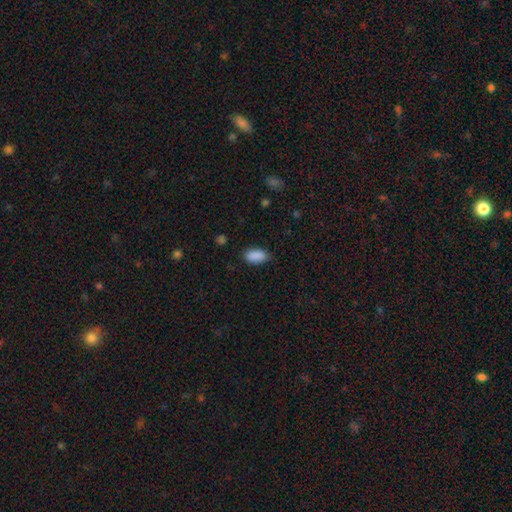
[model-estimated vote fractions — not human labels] Smooth or featured?
  - smooth: 89% *
  - star or artifact: 8%
  - featured or disk: 3%
How rounded?
  - in between: 92% *
  - cigar-shaped: 4%
  - round: 4%
Merging?
  - none: 82% *
  - minor disturbance: 14%
  - major disturbance: 3%
  - merger: 1%